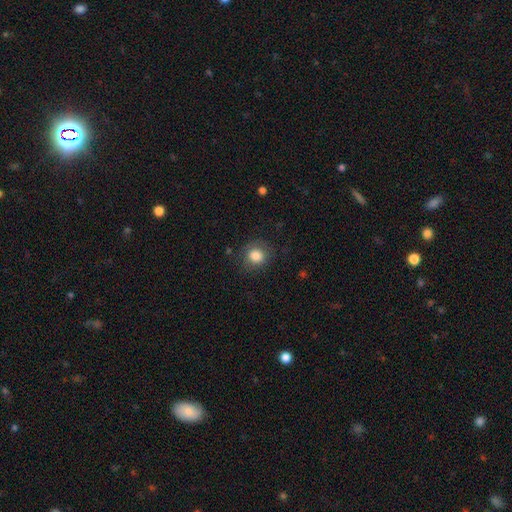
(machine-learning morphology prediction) Overall: smooth (84%). How rounded: round (80%). Merging: none (80%).